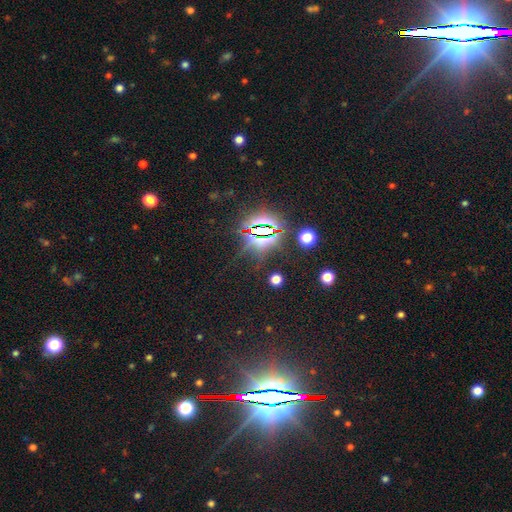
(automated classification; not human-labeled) The model was most divided on "smooth or featured": star or artifact: 85%, featured or disk: 8%, smooth: 7%.